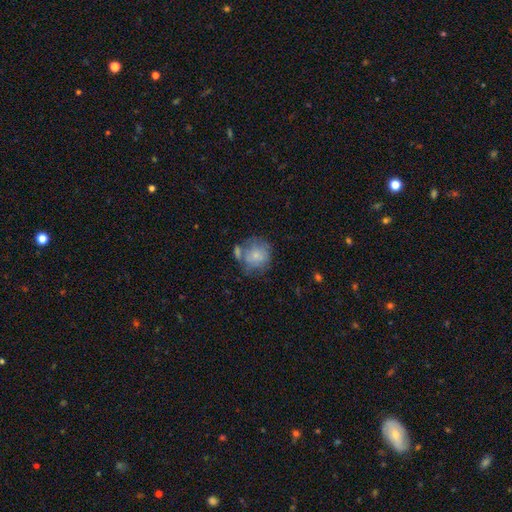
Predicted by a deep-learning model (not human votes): The model was most divided on "merging": none: 44%, minor disturbance: 22%, merger: 21%, major disturbance: 13%. More confident: how rounded — round (80%); smooth or featured — smooth (64%).